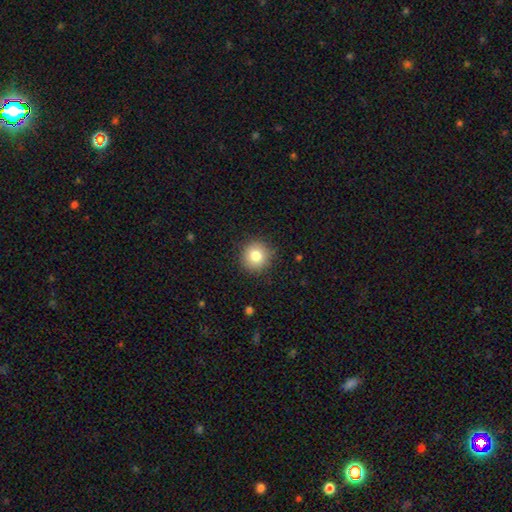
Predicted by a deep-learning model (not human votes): Smooth or featured: smooth — 83% (star or artifact — 10%)
How rounded: round — 92% (in between — 7%)
Merging: none — 89% (minor disturbance — 8%)